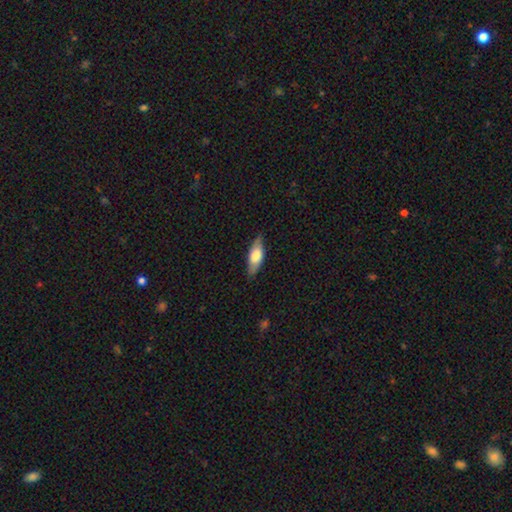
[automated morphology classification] This appears to be a smooth galaxy with no disk features (65%) that is in between round and cigar-shaped (69%). Merging: none (81%).